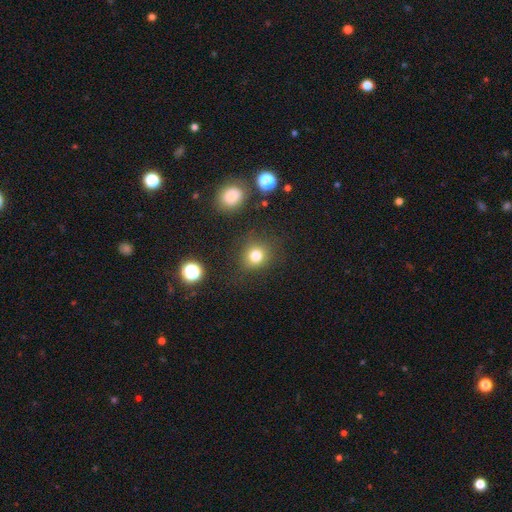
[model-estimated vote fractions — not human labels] smooth-or-featured: smooth: 79% | star or artifact: 14% | featured or disk: 6%
  how-rounded: round: 81% | in between: 18% | cigar-shaped: 1%
  merging: none: 82% | minor disturbance: 11% | major disturbance: 5% | merger: 3%